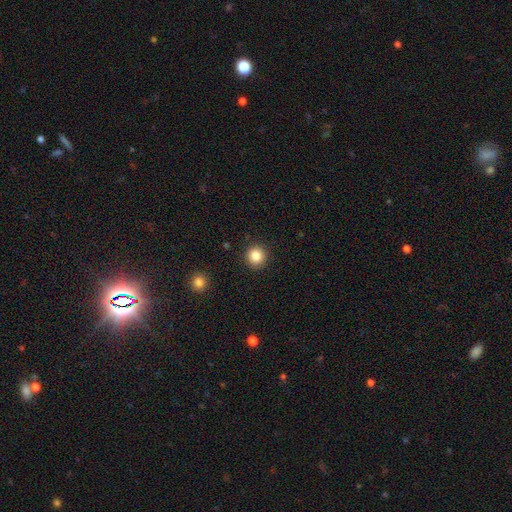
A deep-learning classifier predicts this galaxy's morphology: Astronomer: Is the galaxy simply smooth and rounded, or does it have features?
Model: smooth — 84%.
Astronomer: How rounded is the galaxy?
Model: round — 93%.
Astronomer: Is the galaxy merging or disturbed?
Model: none — 92%.